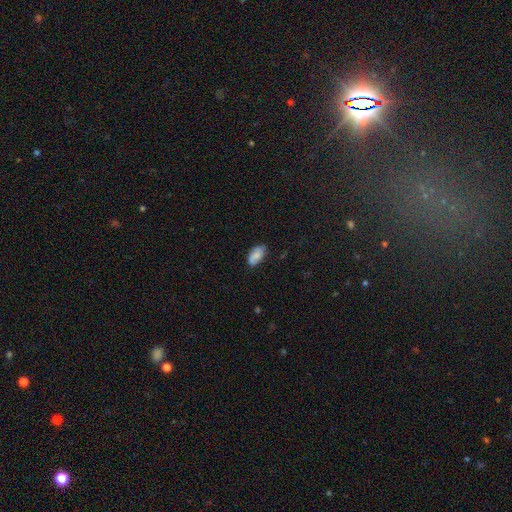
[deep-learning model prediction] Overall: smooth (75%). How rounded: in between (93%). Merging: none (74%).